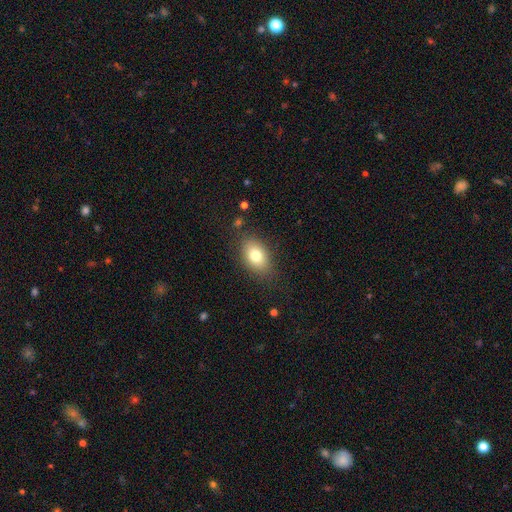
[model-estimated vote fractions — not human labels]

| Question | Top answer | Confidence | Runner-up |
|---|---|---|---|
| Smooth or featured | smooth | 78% | featured or disk (13%) |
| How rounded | in between | 83% | round (15%) |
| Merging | none | 82% | minor disturbance (13%) |